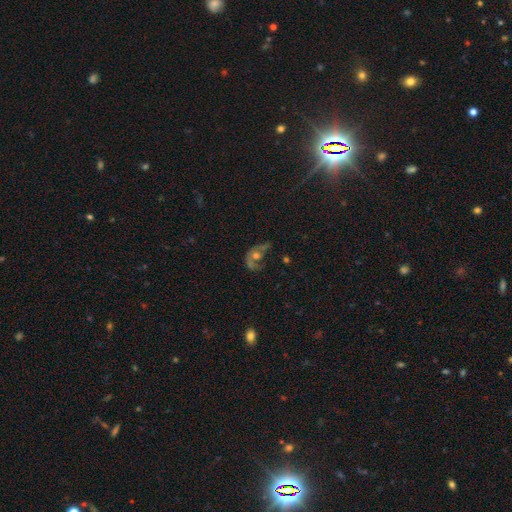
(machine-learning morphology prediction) Smooth or featured?
  - featured or disk: 56% *
  - smooth: 26%
  - star or artifact: 18%
Edge-on disk?
  - no: 95% *
  - yes: 5%
Bar?
  - no: 83% *
  - weak: 13%
  - strong: 4%
Spiral arms?
  - yes: 51% *
  - no: 49%
Bulge size?
  - moderate: 58% *
  - small: 25%
  - large: 8%
  - none: 6%
  - dominant: 2%
Merging?
  - major disturbance: 44% *
  - none: 29%
  - minor disturbance: 17%
  - merger: 9%